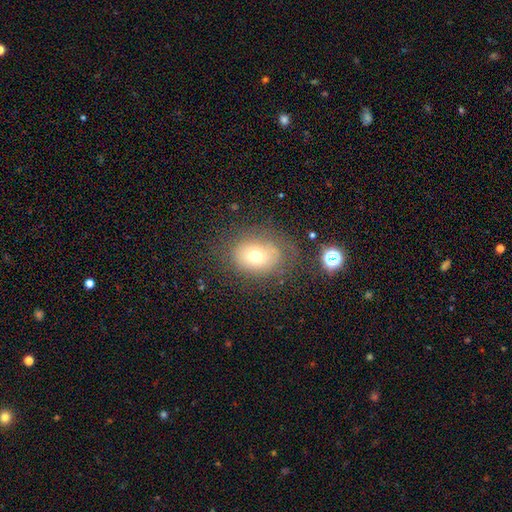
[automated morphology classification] The model was most divided on "how rounded": in between: 55%, round: 44%, cigar-shaped: 1%. More confident: merging — none (69%); smooth or featured — smooth (65%).